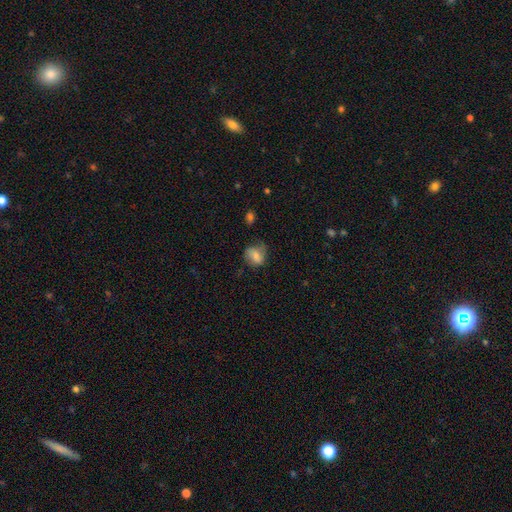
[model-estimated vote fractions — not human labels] smooth_or_featured: smooth (p=0.73) [alt: featured or disk p=0.19]
how_rounded: round (p=0.51) [alt: in between p=0.47]
merging: none (p=0.60) [alt: minor disturbance p=0.28]